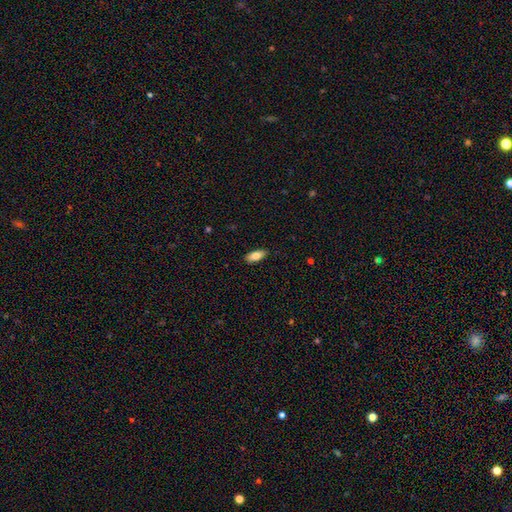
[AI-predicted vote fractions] This appears to be a smooth galaxy with no disk features (81%) that is in between round and cigar-shaped (85%). Merging: none (87%).